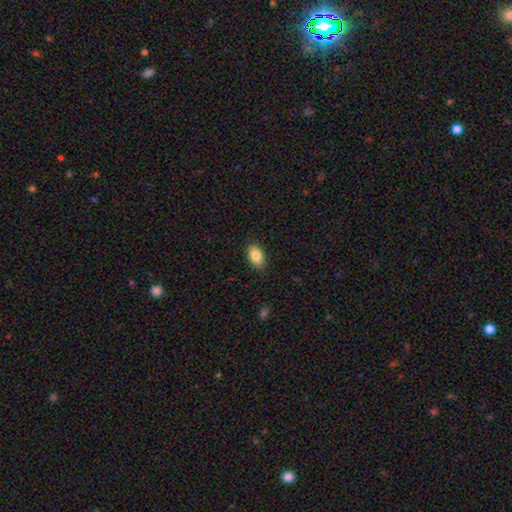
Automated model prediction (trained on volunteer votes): Smooth or featured? Predicted: smooth (p=0.85). How rounded? Predicted: in between (p=0.91). Merging? Predicted: none (p=0.88).